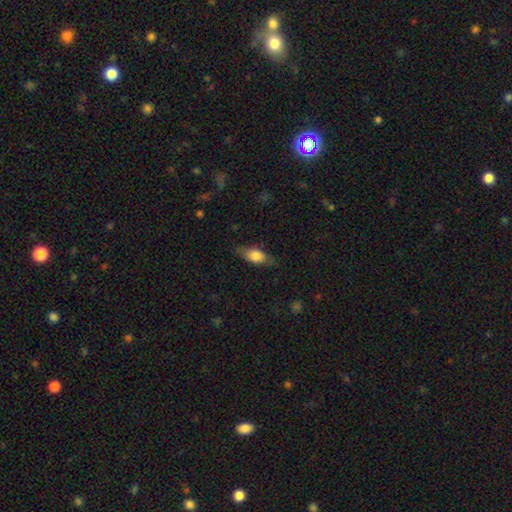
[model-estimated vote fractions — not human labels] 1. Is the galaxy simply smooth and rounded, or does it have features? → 74% smooth, 19% featured or disk, 7% star or artifact.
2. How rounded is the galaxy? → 82% in between, 14% cigar-shaped, 5% round.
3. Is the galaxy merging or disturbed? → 76% none, 18% minor disturbance, 5% major disturbance, 1% merger.